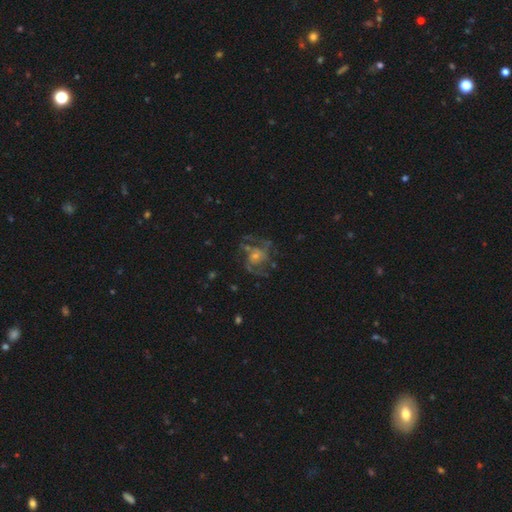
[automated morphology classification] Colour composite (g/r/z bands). It shows a featured or disk galaxy (78%) with no bar (66%), 2 (35%) medium (51%) spiral arms (87%) and a small central bulge (57%). Merging: none (57%).